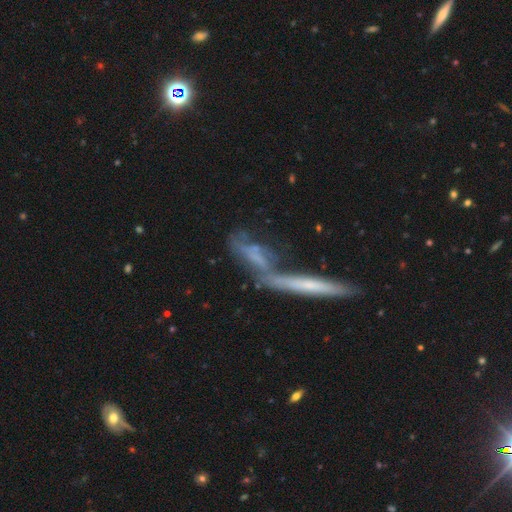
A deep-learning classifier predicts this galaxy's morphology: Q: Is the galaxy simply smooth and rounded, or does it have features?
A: featured or disk — 53%.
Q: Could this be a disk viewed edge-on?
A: yes — 57%.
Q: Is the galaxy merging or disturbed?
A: merger — 52%.